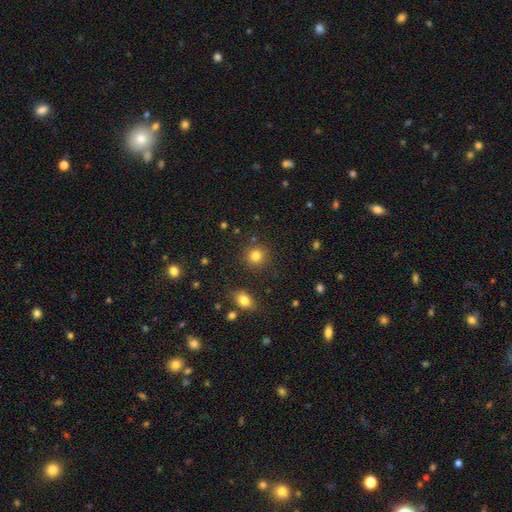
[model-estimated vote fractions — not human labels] A smooth galaxy with no disk features (83%) that is round (90%).

Vote fractions:
- Smooth or featured? smooth: 83% / star or artifact: 12% / featured or disk: 5%
- How rounded? round: 90% / in between: 9% / cigar-shaped: 1%
- Merging? none: 87% / minor disturbance: 7% / merger: 3% / major disturbance: 3%